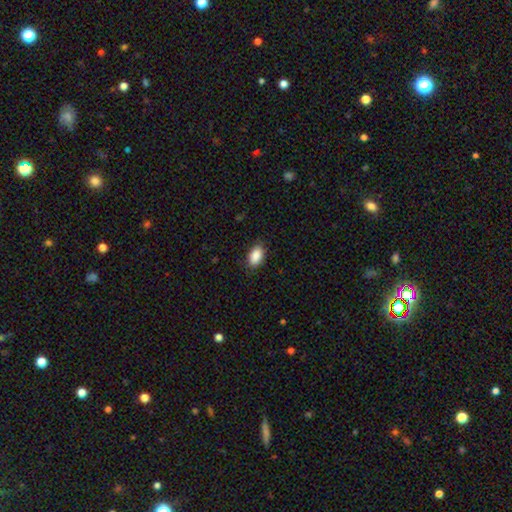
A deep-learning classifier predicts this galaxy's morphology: A smooth galaxy with no disk features (89%) that is in between round and cigar-shaped (92%).

Vote fractions:
- Smooth or featured? smooth: 89% / star or artifact: 7% / featured or disk: 4%
- How rounded? in between: 92% / round: 6% / cigar-shaped: 2%
- Merging? none: 84% / minor disturbance: 12% / major disturbance: 3% / merger: 1%